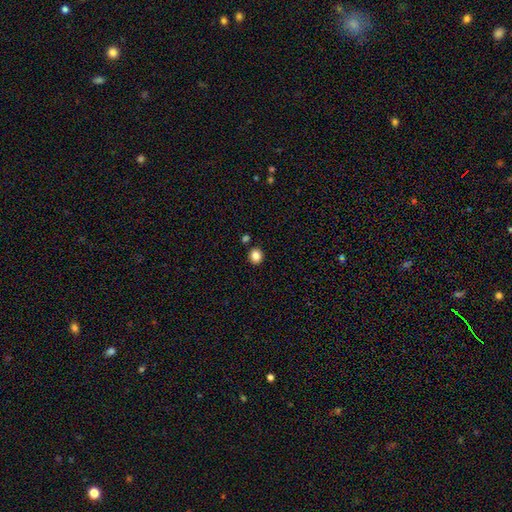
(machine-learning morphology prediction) Overall: smooth (85%). How rounded: round (79%). Merging: none (87%).